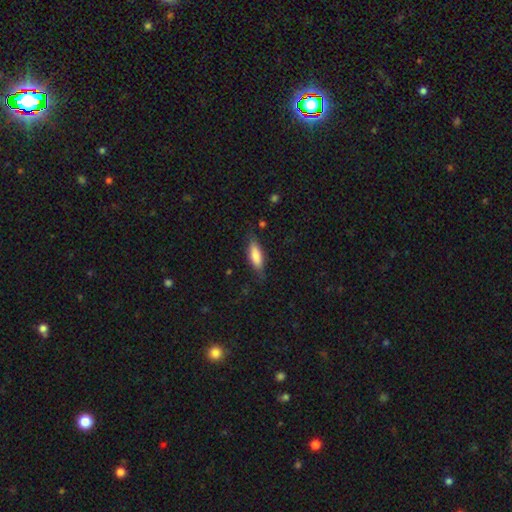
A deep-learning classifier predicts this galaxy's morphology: Overall: smooth (76%). How rounded: in between (57%; cigar-shaped 41%). Merging: none (74%).